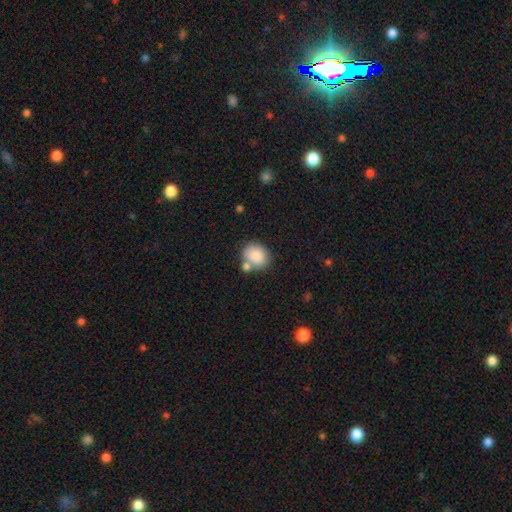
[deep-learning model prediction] Morphology: type=smooth (85%); roundness=round (59%); merging=none (59%).